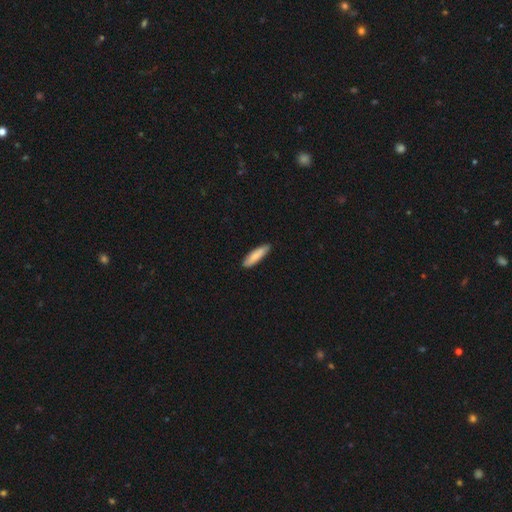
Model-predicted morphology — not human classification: A smooth galaxy with no disk features (83%) that is cigar-shaped (72%).

Vote fractions:
- Smooth or featured? smooth: 83% / featured or disk: 11% / star or artifact: 5%
- How rounded? cigar-shaped: 72% / in between: 26% / round: 1%
- Merging? none: 86% / minor disturbance: 11% / major disturbance: 2% / merger: 1%